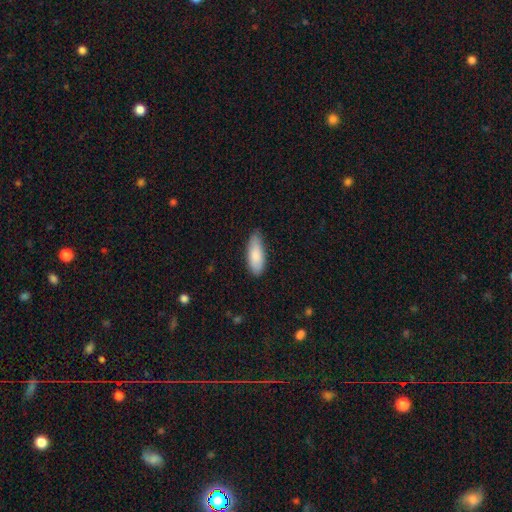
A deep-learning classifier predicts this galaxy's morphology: smooth_or_featured: smooth (p=0.85) [alt: featured or disk p=0.09]
how_rounded: in between (p=0.74) [alt: cigar-shaped p=0.25]
merging: none (p=0.73) [alt: minor disturbance p=0.22]